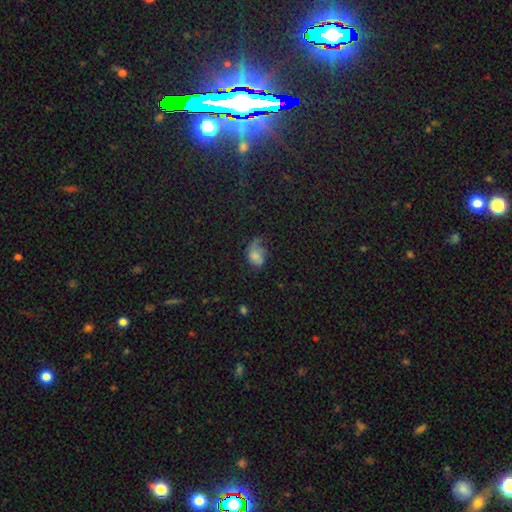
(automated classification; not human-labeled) This is likely a smooth galaxy (61%). How rounded: likely in between (80%). Merging: marginally major disturbance (35%).